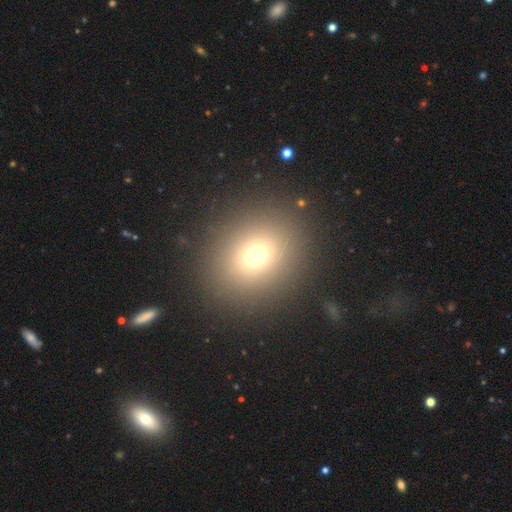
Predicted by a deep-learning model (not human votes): smooth-or-featured: smooth: 70% | star or artifact: 19% | featured or disk: 11%
  how-rounded: round: 75% | in between: 23% | cigar-shaped: 1%
  merging: none: 89% | minor disturbance: 6% | major disturbance: 3% | merger: 2%